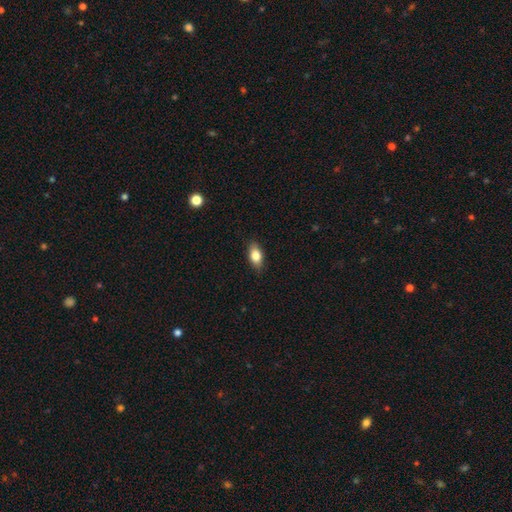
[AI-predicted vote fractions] Overall: smooth (80%). How rounded: in between (87%). Merging: none (87%).